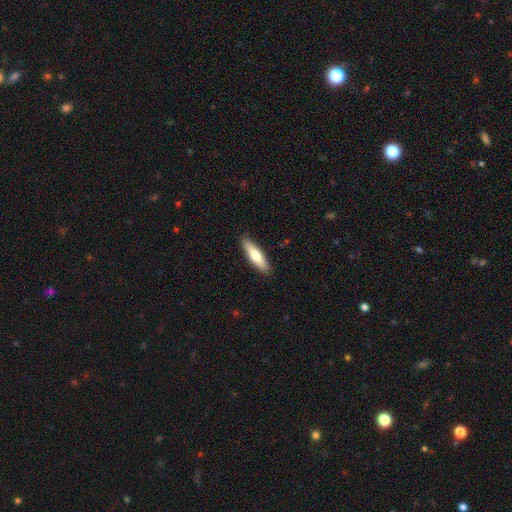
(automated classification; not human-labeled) This appears to be a smooth galaxy with no disk features (66%) that is cigar-shaped (65%). Merging: none (89%).